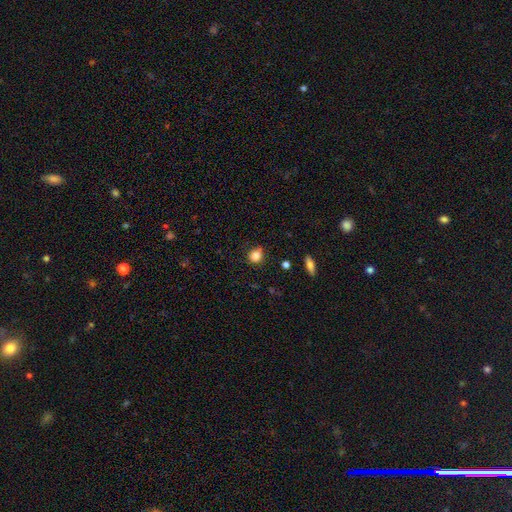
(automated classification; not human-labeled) Morphology: type=smooth (84%); roundness=round (72%); merging=none (74%).